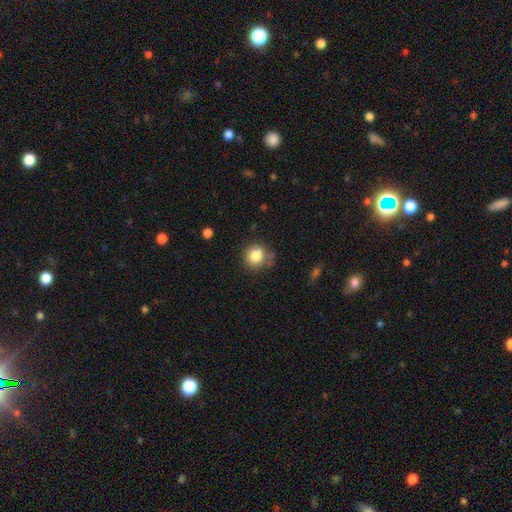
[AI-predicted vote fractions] smooth 83%, star or artifact 10%, featured or disk 7%. Down the decision tree: how rounded — round (87%); merging — none (75%).